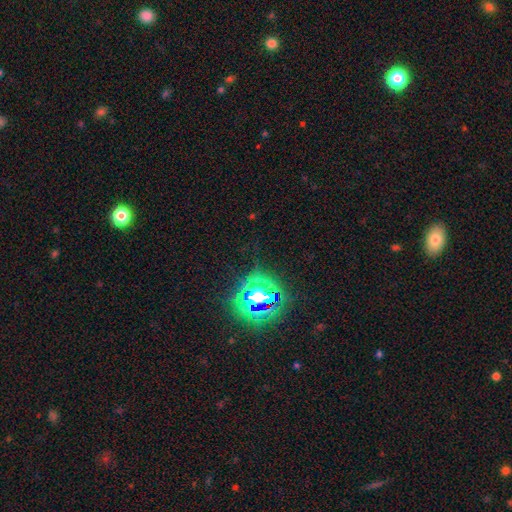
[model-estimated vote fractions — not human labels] Smooth or featured? Predicted: star or artifact (p=0.82).